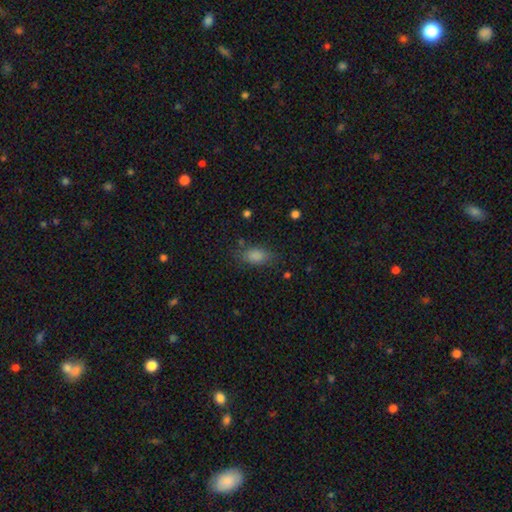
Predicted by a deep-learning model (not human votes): Morphology: type=smooth (85%); roundness=in between (87%); merging=none (72%).